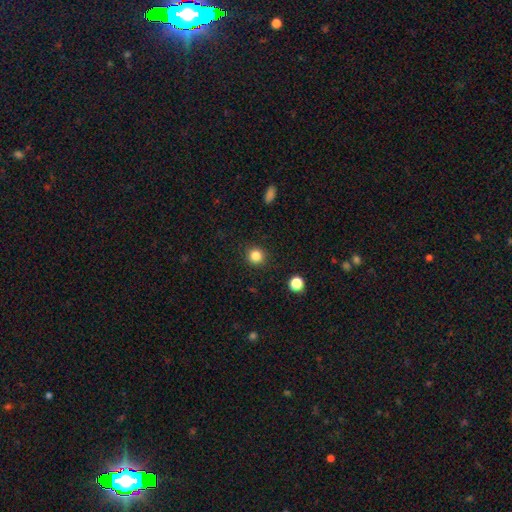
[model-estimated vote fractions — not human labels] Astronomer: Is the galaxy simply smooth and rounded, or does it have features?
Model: smooth — 84%.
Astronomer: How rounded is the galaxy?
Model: round — 92%.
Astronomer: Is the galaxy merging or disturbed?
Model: none — 91%.